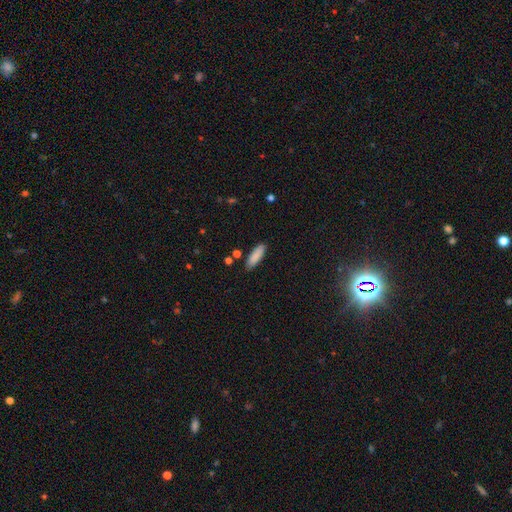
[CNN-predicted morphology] smooth-or-featured: smooth: 87% | star or artifact: 7% | featured or disk: 6%
  how-rounded: cigar-shaped: 52% | in between: 47% | round: 2%
  merging: none: 84% | minor disturbance: 11% | merger: 3% | major disturbance: 2%